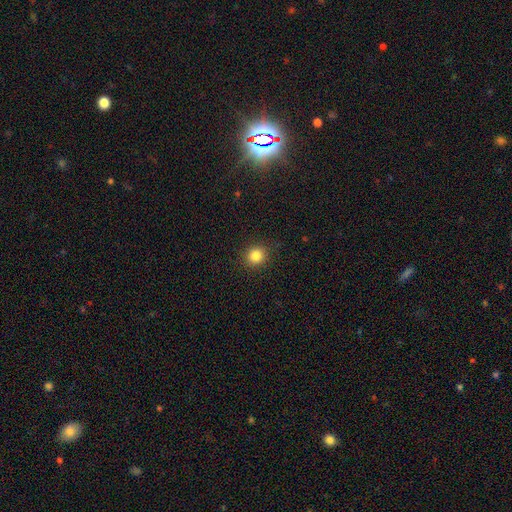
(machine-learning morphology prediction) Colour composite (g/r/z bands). It shows a smooth galaxy with no disk features (84%) that is round (86%). Merging: none (90%).